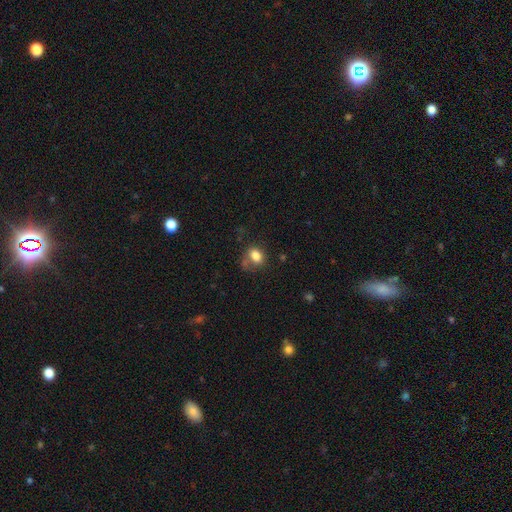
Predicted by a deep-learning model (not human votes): Overall: smooth (80%). How rounded: in between (61%; round 38%). Merging: none (49%; minor disturbance 25%).